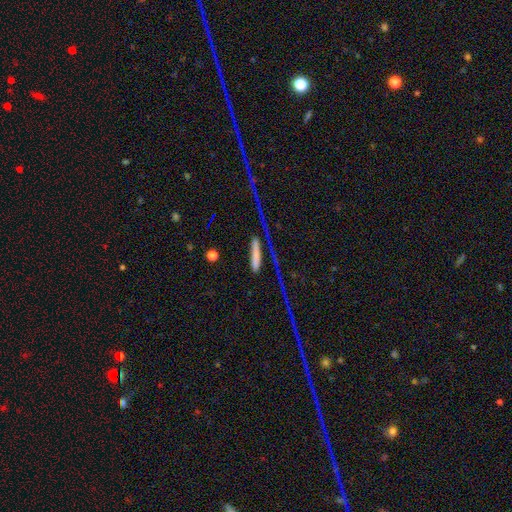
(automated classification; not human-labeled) smooth_or_featured: smooth (p=0.61) [alt: featured or disk p=0.22]
how_rounded: cigar-shaped (p=0.76) [alt: in between p=0.20]
merging: none (p=0.65) [alt: minor disturbance p=0.16]